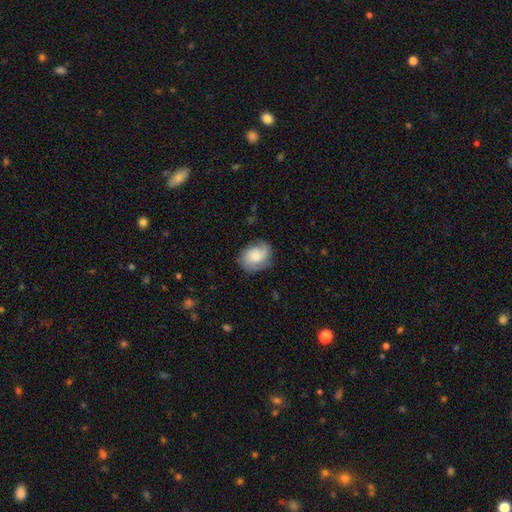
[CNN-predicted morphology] A smooth galaxy with no disk features (57%) that is in between round and cigar-shaped (57%). Merging: none (72%).